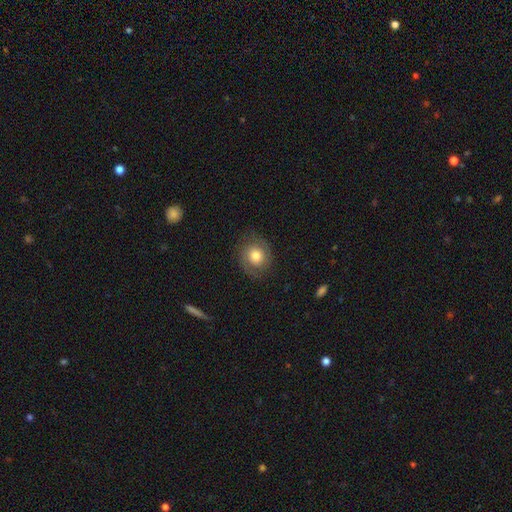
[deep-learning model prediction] Q: Smooth or featured?
A: smooth (51%); runner-up: featured or disk (40%)
Q: How rounded?
A: round (74%); runner-up: in between (25%)
Q: Merging?
A: none (80%); runner-up: minor disturbance (13%)